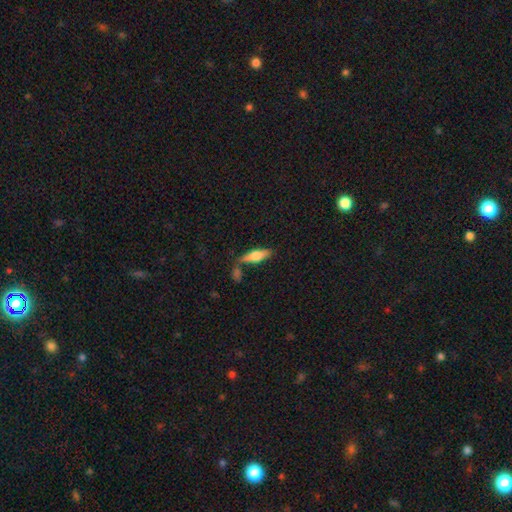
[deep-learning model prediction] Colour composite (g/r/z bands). It shows a smooth galaxy with no disk features (66%) that is in between round and cigar-shaped (51%). Merging: none (64%).